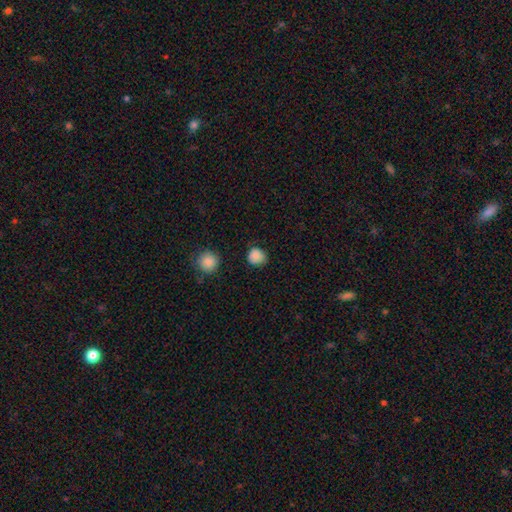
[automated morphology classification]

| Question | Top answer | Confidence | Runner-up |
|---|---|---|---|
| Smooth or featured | smooth | 85% | star or artifact (11%) |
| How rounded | round | 86% | in between (13%) |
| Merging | none | 76% | minor disturbance (18%) |